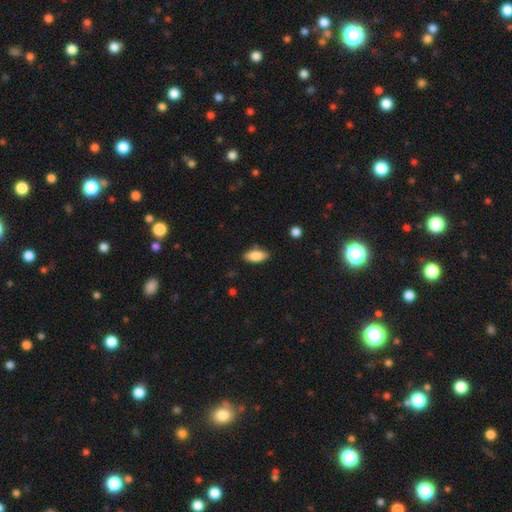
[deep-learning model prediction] A smooth galaxy with no disk features (84%) that is in between round and cigar-shaped (85%). Merging: none (83%).